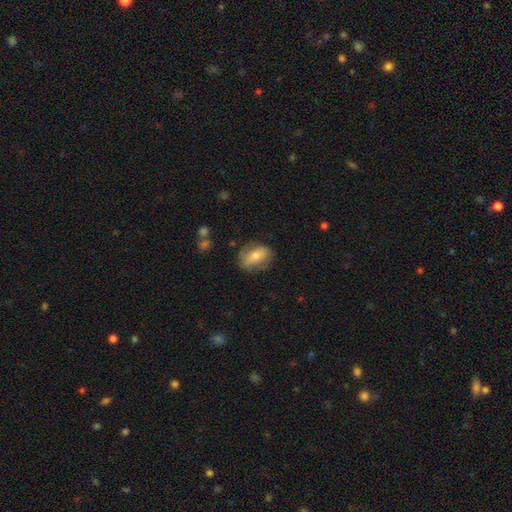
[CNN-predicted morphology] Q: Smooth or featured?
A: smooth (61%); runner-up: featured or disk (31%)
Q: How rounded?
A: in between (78%); runner-up: round (19%)
Q: Merging?
A: none (71%); runner-up: minor disturbance (21%)